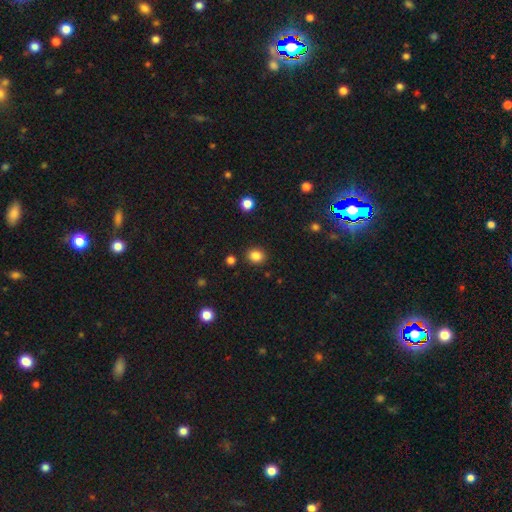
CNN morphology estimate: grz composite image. It shows a smooth galaxy with no disk features (85%) that is round (75%). Merging: none (88%).